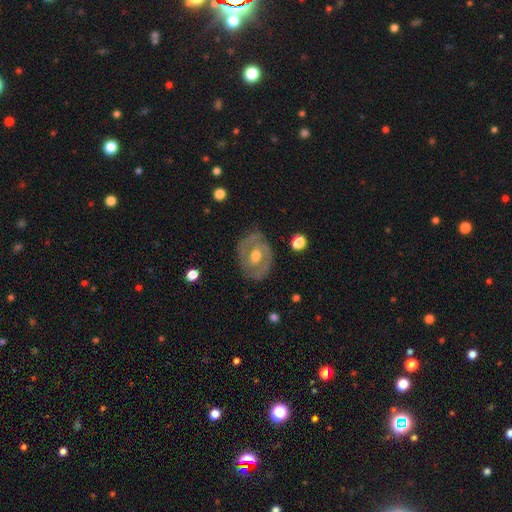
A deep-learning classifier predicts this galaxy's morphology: The model was most divided on "bar": no: 45%, weak: 40%, strong: 15%. More confident: edge-on disk — no (95%); merging — none (79%); bulge size — moderate (76%); smooth or featured — featured or disk (75%); spiral arms — yes (67%).